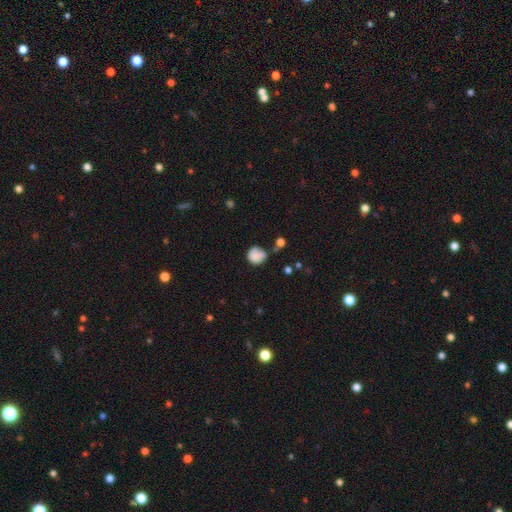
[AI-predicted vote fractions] Smooth or featured? smooth (77%)
How rounded? round (78%)
Merging? none (40%)